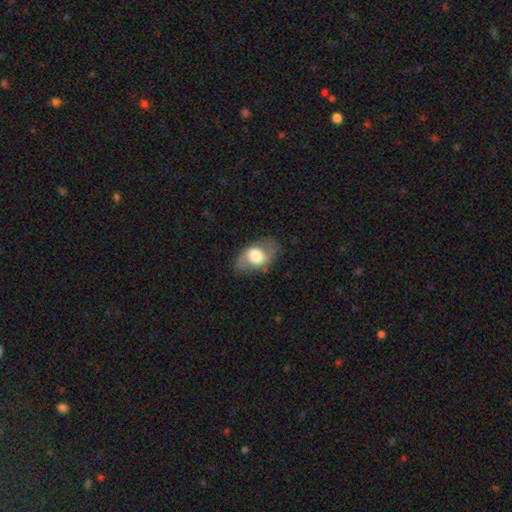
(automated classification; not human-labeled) Smooth or featured? Predicted: smooth (p=0.54). How rounded? Predicted: in between (p=0.83). Merging? Predicted: none (p=0.73).